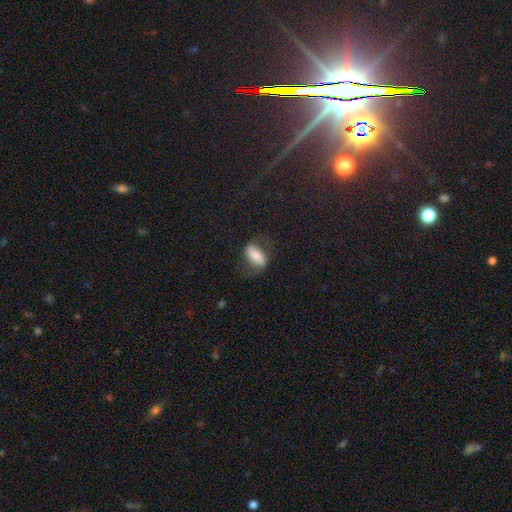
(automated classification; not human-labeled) This is possibly a smooth galaxy (56%). How rounded: likely in between (68%). Merging: likely none (66%).